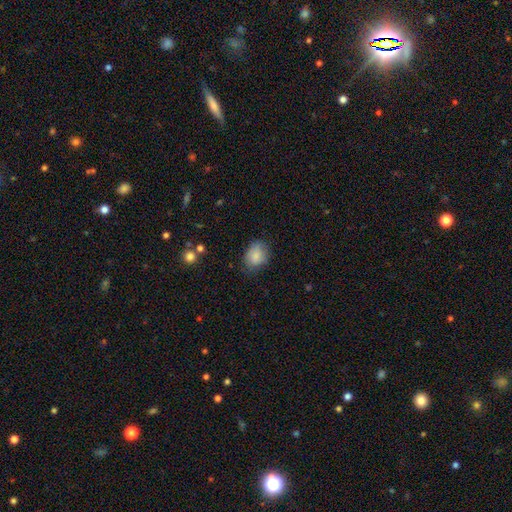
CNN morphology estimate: A smooth galaxy with no disk features (83%) that is in between round and cigar-shaped (64%).

Vote fractions:
- Smooth or featured? smooth: 83% / featured or disk: 9% / star or artifact: 8%
- How rounded? in between: 64% / round: 35% / cigar-shaped: 1%
- Merging? none: 67% / minor disturbance: 25% / major disturbance: 7% / merger: 2%